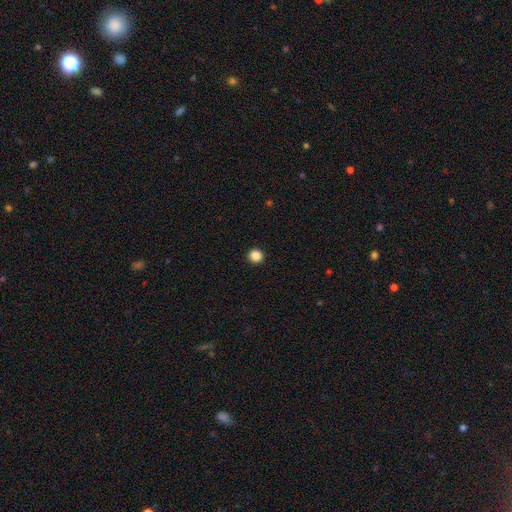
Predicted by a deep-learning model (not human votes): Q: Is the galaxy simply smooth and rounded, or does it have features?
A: smooth — 87%.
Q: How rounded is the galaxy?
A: round — 95%.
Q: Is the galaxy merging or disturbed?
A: none — 94%.